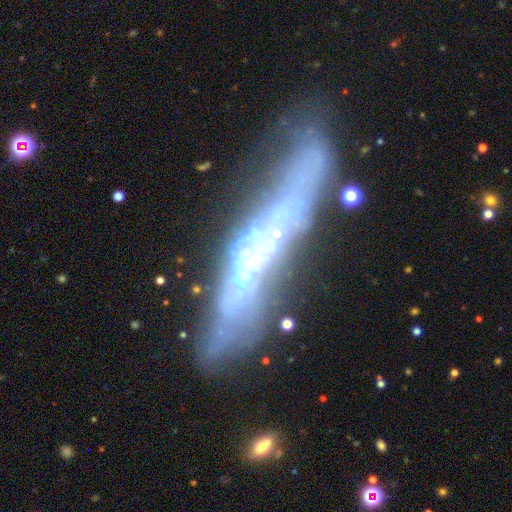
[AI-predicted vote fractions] A featured or disk galaxy (68%) viewed edge-on (52%).

Vote fractions:
- Smooth or featured? featured or disk: 68% / smooth: 20% / star or artifact: 13%
- Edge-on disk? yes: 52% / no: 48%
- Merging? none: 48% / major disturbance: 23% / minor disturbance: 20% / merger: 10%